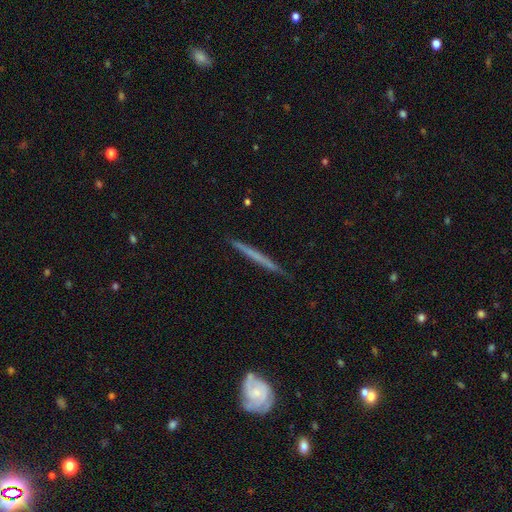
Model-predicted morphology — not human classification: smooth_or_featured: smooth (p=0.48) [alt: featured or disk p=0.46]
merging: none (p=0.90) [alt: minor disturbance p=0.08]